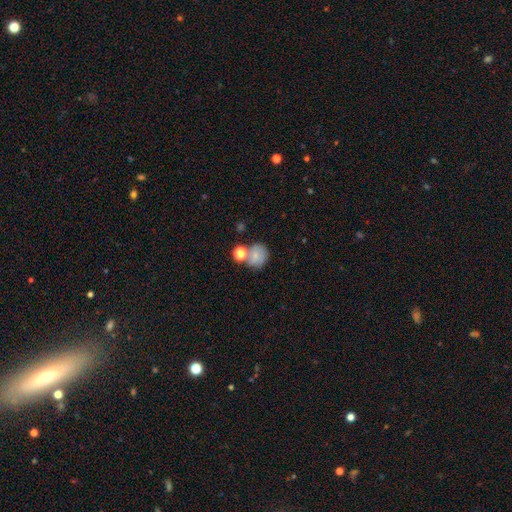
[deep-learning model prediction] The model was most divided on "merging": none: 51%, merger: 28%, minor disturbance: 14%, major disturbance: 6%. More confident: how rounded — round (79%); smooth or featured — smooth (76%).